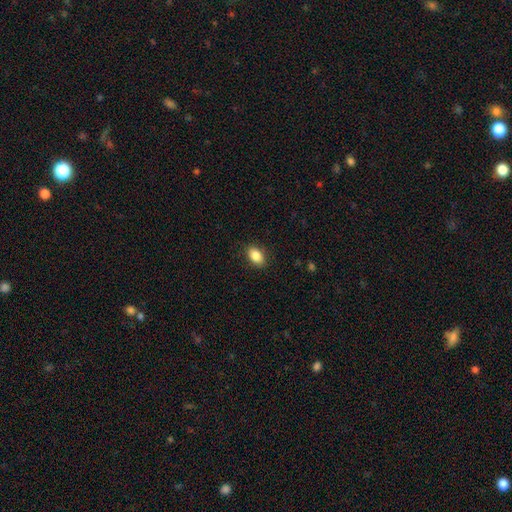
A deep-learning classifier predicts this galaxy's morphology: A smooth galaxy with no disk features (86%) that is in between round and cigar-shaped (87%).

Vote fractions:
- Smooth or featured? smooth: 86% / star or artifact: 8% / featured or disk: 6%
- How rounded? in between: 87% / round: 12% / cigar-shaped: 2%
- Merging? none: 88% / minor disturbance: 9% / major disturbance: 2% / merger: 1%